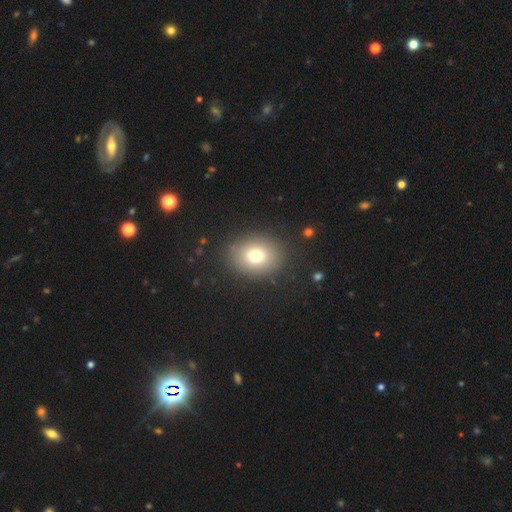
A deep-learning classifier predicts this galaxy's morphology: smooth 75%, star or artifact 13%, featured or disk 12%. Down the decision tree: how rounded — round (54%); merging — none (87%).